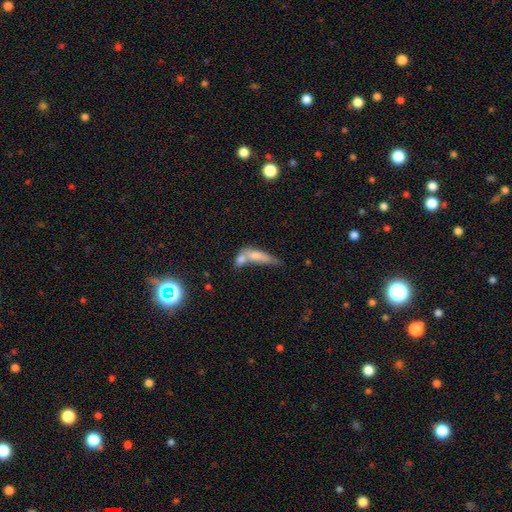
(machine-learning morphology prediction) Smooth or featured? smooth (68%)
How rounded? cigar-shaped (56%)
Merging? merger (52%)